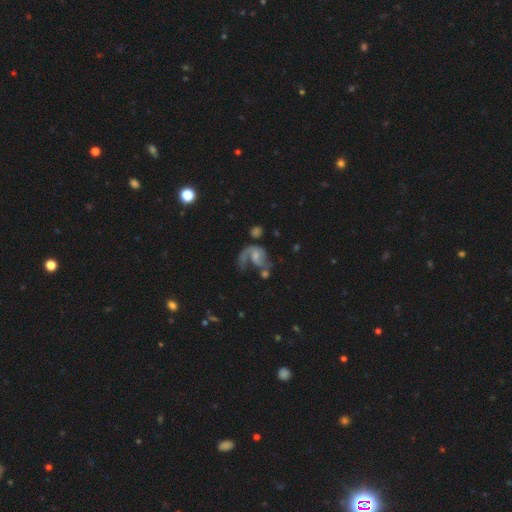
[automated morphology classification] A featured or disk galaxy (72%) with no bar (59%), 1 (66%) loose (53%) spiral arms (84%) and a small central bulge (40%).

Vote fractions:
- Smooth or featured? featured or disk: 72% / smooth: 19% / star or artifact: 9%
- Edge-on disk? no: 98% / yes: 2%
- Bar? no: 59% / weak: 34% / strong: 8%
- Spiral arms? yes: 84% / no: 16%
- Spiral winding? loose: 53% / medium: 34% / tight: 13%
- Spiral arm count? 1: 66% / 2: 25% / can't tell: 5% / 3: 2% / 4: 1% / more than 4: 1%
- Bulge size? small: 40% / moderate: 29% / none: 21% / large: 7% / dominant: 2%
- Merging? major disturbance: 43% / none: 26% / merger: 17% / minor disturbance: 13%